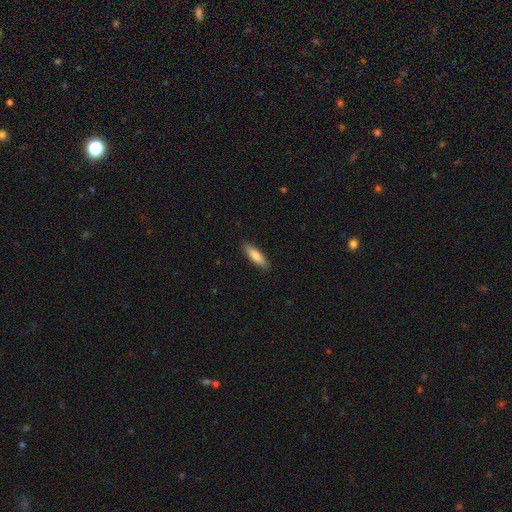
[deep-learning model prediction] Smooth or featured? Predicted: smooth (p=0.81). How rounded? Predicted: cigar-shaped (p=0.62). Merging? Predicted: none (p=0.89).